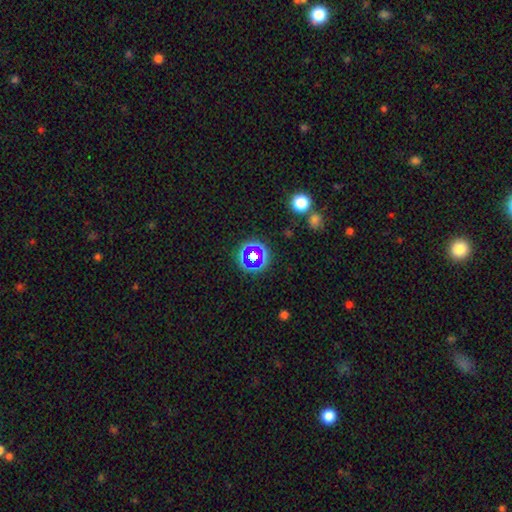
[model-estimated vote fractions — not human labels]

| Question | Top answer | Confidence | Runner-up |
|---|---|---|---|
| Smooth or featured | star or artifact | 52% | smooth (32%) |